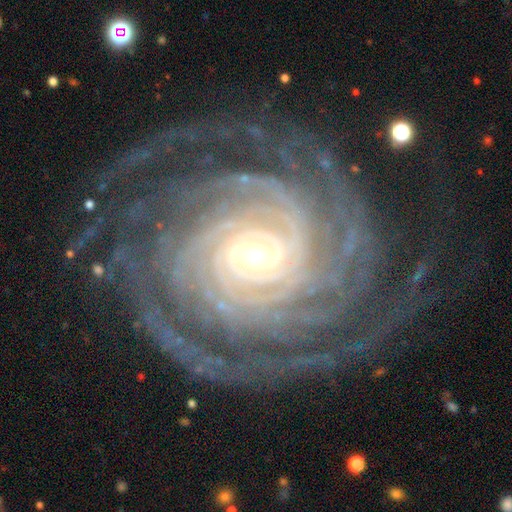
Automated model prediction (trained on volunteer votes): This is clearly a featured or disk galaxy (94%). It is clearly not viewed edge-on (98%). Bar: marginally weak (43%). Spiral arm pattern: clearly yes (99%). Spiral arm count: marginally 4 (25%). Spiral winding: clearly tight (87%). Central bulge: possibly small (53%). Merging: clearly none (81%).